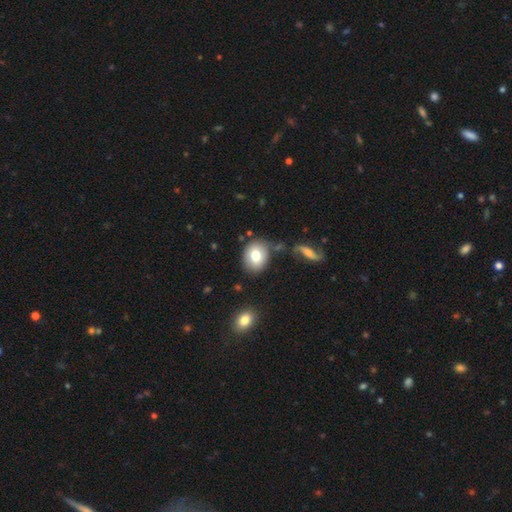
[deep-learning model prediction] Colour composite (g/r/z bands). It shows a smooth galaxy with no disk features (76%) that is round (52%). Merging: none (76%).